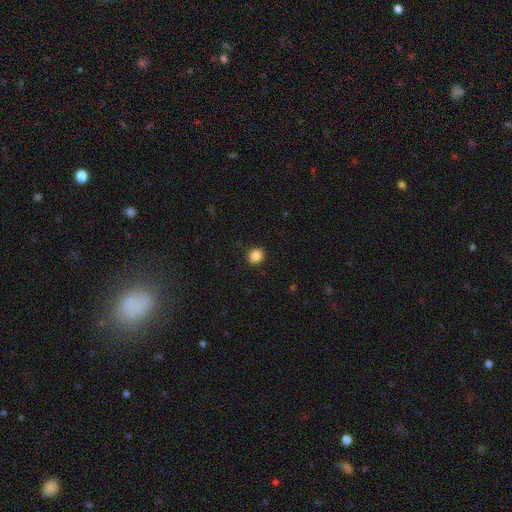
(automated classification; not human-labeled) smooth_or_featured: smooth (p=0.86) [alt: star or artifact p=0.10]
how_rounded: round (p=0.89) [alt: in between p=0.10]
merging: none (p=0.91) [alt: minor disturbance p=0.06]